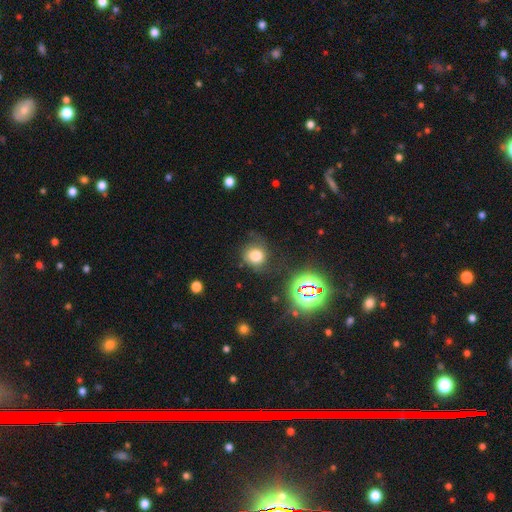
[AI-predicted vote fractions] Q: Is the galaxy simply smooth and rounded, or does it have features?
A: smooth — 69%.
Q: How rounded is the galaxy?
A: round — 82%.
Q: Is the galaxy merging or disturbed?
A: none — 67%.